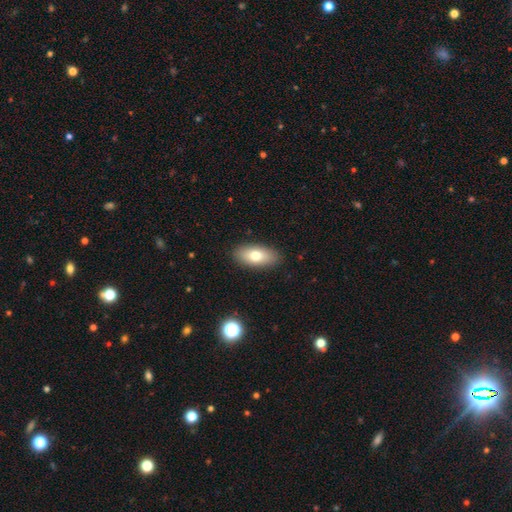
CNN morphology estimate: smooth-or-featured: smooth: 74% | featured or disk: 18% | star or artifact: 7%
  how-rounded: in between: 88% | cigar-shaped: 8% | round: 4%
  merging: none: 88% | minor disturbance: 8% | major disturbance: 2% | merger: 1%